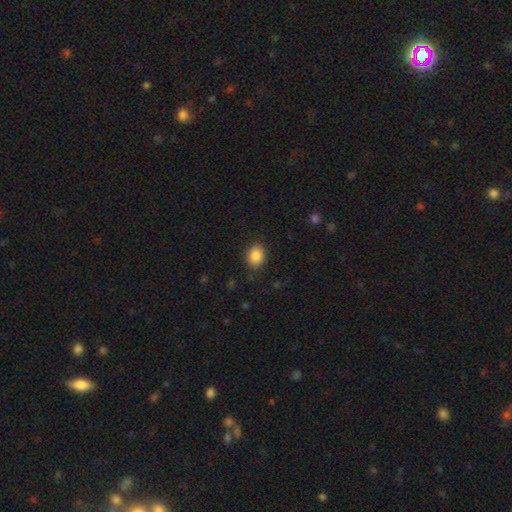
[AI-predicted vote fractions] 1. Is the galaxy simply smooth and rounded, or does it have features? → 87% smooth, 9% star or artifact, 4% featured or disk.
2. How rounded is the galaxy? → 53% in between, 46% round, 1% cigar-shaped.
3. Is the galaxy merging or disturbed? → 86% none, 10% minor disturbance, 3% major disturbance, 1% merger.